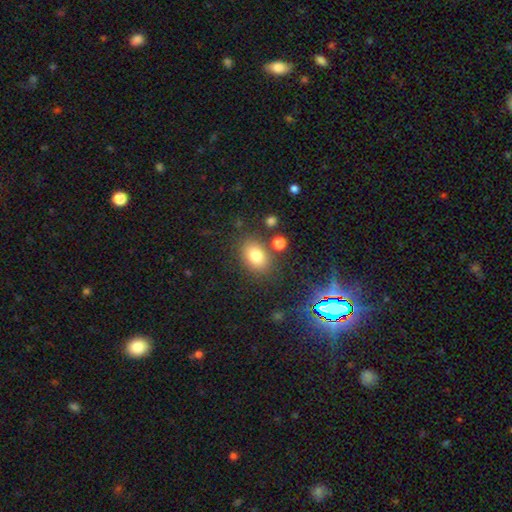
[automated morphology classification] smooth-or-featured: smooth: 80% | star or artifact: 12% | featured or disk: 9%
  how-rounded: in between: 73% | round: 26% | cigar-shaped: 1%
  merging: none: 77% | minor disturbance: 12% | merger: 7% | major disturbance: 5%